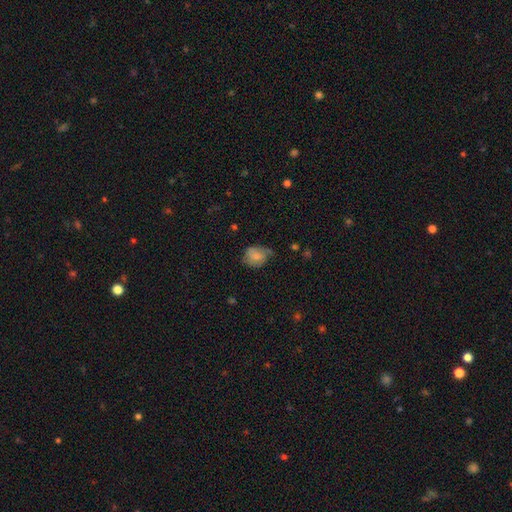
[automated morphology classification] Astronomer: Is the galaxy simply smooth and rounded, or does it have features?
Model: smooth — 66%.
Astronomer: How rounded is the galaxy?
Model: in between — 51% (runner-up: round, 48%).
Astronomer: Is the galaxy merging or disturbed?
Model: none — 42% (runner-up: minor disturbance, 37%).